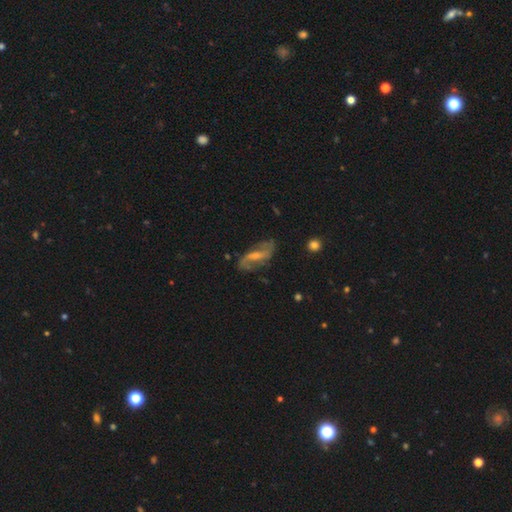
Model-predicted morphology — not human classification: Smooth or featured: featured or disk — 76% (smooth — 17%)
Edge-on disk: no — 92% (yes — 8%)
Bar: weak — 50% (strong — 28%)
Spiral arms: yes — 90% (no — 10%)
Spiral winding: loose — 60% (medium — 31%)
Spiral arm count: 2 — 87% (can't tell — 7%)
Bulge size: small — 42% (moderate — 38%)
Merging: none — 70% (minor disturbance — 19%)